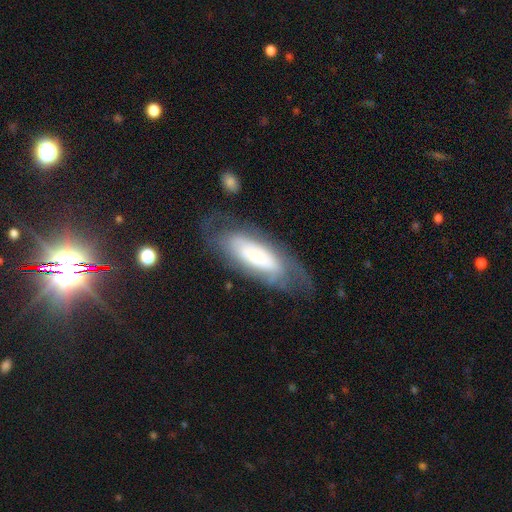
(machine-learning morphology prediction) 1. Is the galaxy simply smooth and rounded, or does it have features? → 53% featured or disk, 40% smooth, 7% star or artifact.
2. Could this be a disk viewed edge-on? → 80% no, 20% yes.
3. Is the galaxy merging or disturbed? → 65% none, 20% minor disturbance, 13% major disturbance, 2% merger.